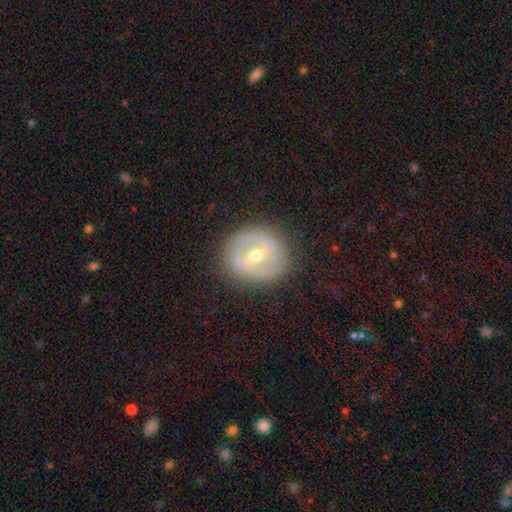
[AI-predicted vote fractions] This appears to be a featured or disk galaxy (75%) with a weak bar (49%), 2 (78%) medium (42%) spiral arms (77%) and a moderate central bulge (64%). Merging: none (84%).